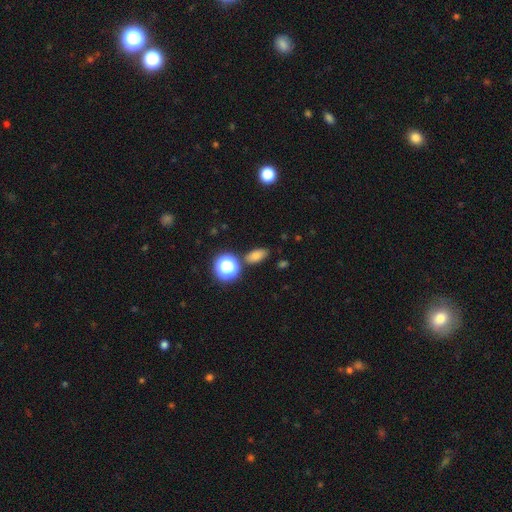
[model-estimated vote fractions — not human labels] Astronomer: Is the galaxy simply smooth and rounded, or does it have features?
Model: smooth — 75%.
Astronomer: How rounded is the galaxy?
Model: in between — 81%.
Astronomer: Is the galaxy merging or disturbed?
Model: none — 79%.